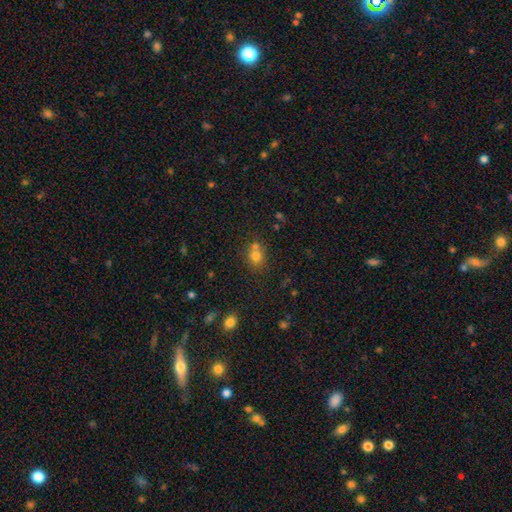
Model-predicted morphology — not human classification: Overall: smooth (73%). How rounded: round (77%). Merging: none (53%; merger 34%).